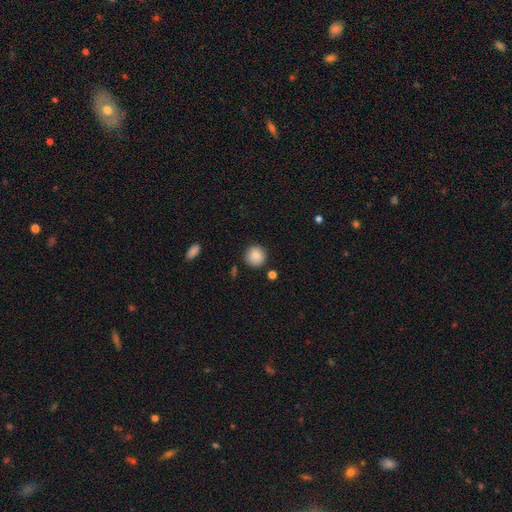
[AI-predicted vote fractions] Smooth or featured: smooth — 85% (star or artifact — 9%)
How rounded: round — 93% (in between — 6%)
Merging: none — 88% (minor disturbance — 8%)